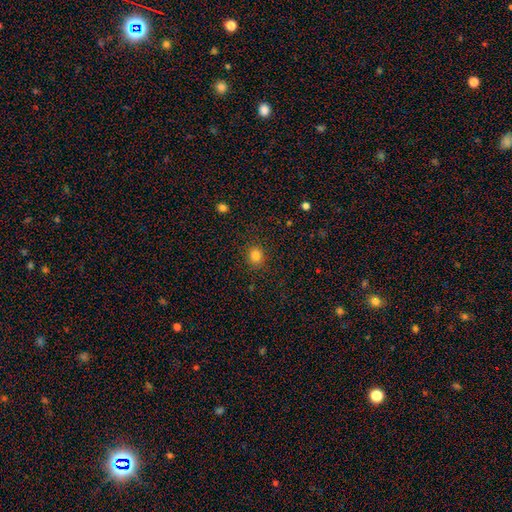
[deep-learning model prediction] Smooth or featured?
  - smooth: 83% *
  - star or artifact: 12%
  - featured or disk: 5%
How rounded?
  - round: 82% *
  - in between: 17%
  - cigar-shaped: 1%
Merging?
  - none: 89% *
  - minor disturbance: 7%
  - major disturbance: 3%
  - merger: 1%